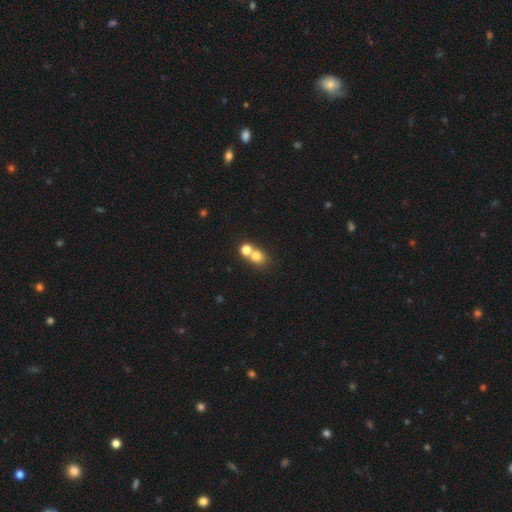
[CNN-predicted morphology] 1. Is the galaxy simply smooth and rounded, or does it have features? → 74% smooth, 14% star or artifact, 12% featured or disk.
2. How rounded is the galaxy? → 71% round, 28% in between, 1% cigar-shaped.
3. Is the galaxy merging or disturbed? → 53% merger, 38% none, 6% minor disturbance, 3% major disturbance.